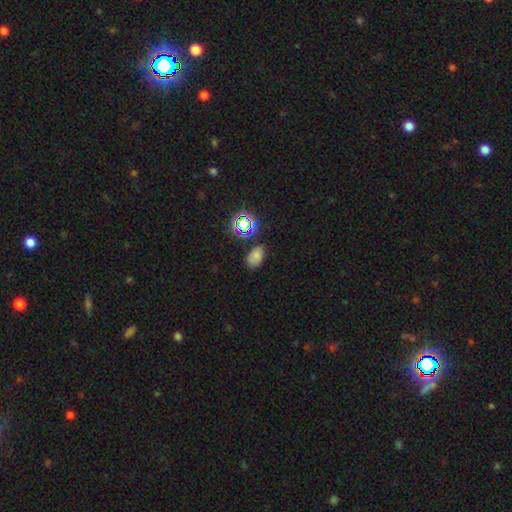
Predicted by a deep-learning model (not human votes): Morphology: type=smooth (68%); roundness=in between (84%); merging=none (72%).